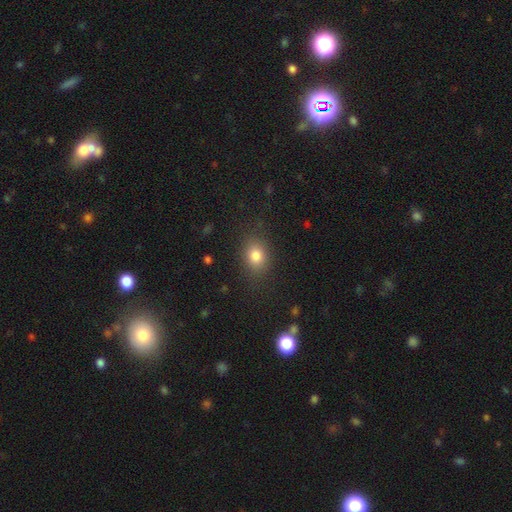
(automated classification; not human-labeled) smooth 81%, star or artifact 11%, featured or disk 8%. Down the decision tree: how rounded — in between (59%); merging — none (83%).